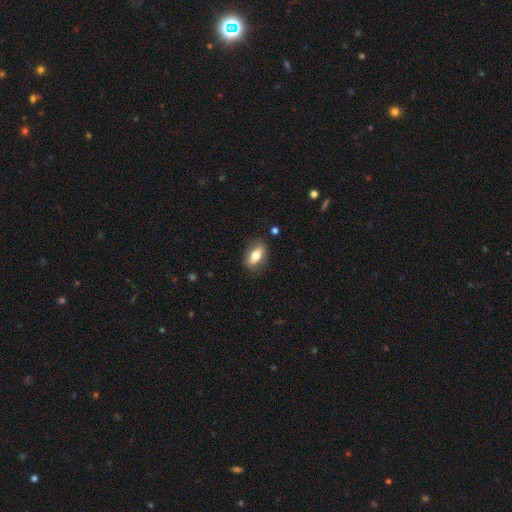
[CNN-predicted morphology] type=smooth (72%); roundness=in between (85%); merging=none (81%).